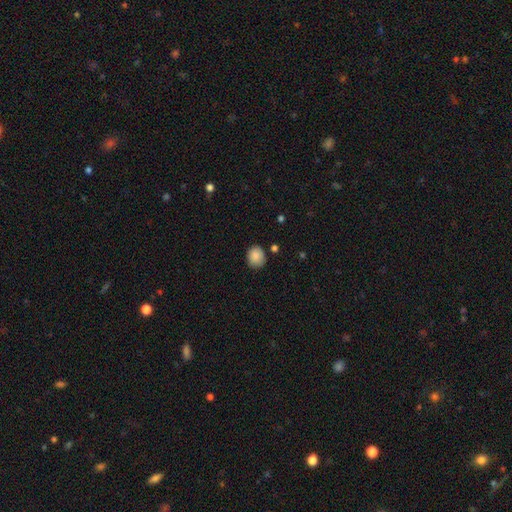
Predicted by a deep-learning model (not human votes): This appears to be a smooth galaxy with no disk features (88%) that is round (68%). Merging: none (77%).